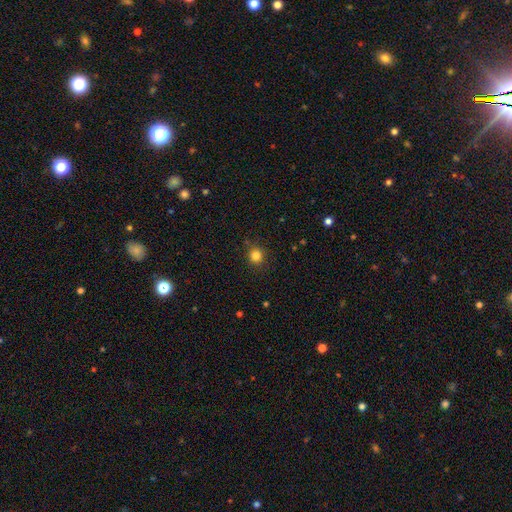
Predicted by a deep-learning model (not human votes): Morphology: type=smooth (82%); roundness=round (91%); merging=none (88%).